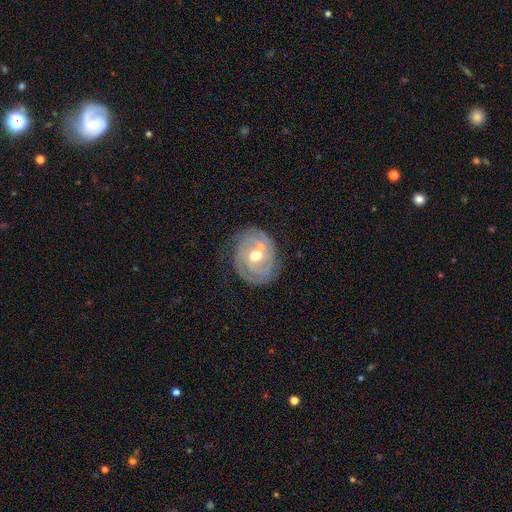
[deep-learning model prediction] smooth-or-featured: featured or disk: 74% | smooth: 19% | star or artifact: 7%
  disk-edge-on: no: 97% | yes: 3%
    bar: no: 60% | weak: 31% | strong: 8%
    has-spiral-arms: yes: 79% | no: 21%
      spiral-winding: tight: 62% | medium: 28% | loose: 10%
      spiral-arm-count: 2: 51% | can't tell: 25% | 3: 10% | 1: 8% | 4: 3% | more than 4: 3%
    bulge-size: moderate: 76% | small: 18% | large: 4% | none: 1% | dominant: 1%
  merging: none: 60% | minor disturbance: 18% | merger: 15% | major disturbance: 7%